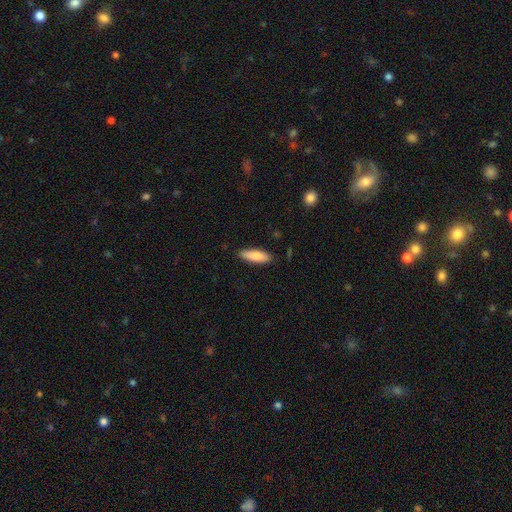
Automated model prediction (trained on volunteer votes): smooth-or-featured: smooth: 86% | featured or disk: 9% | star or artifact: 6%
  how-rounded: in between: 52% | cigar-shaped: 46% | round: 2%
  merging: none: 86% | minor disturbance: 11% | major disturbance: 2% | merger: 1%